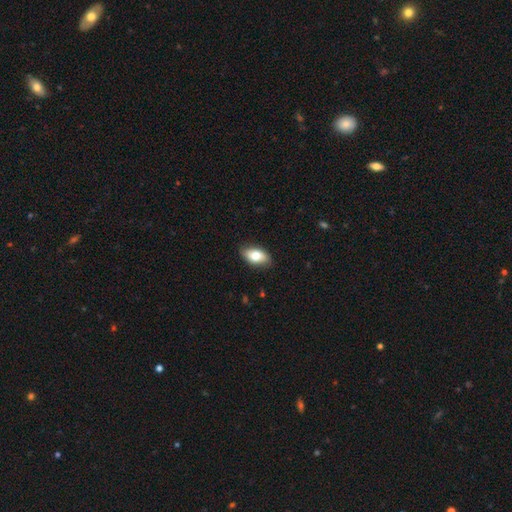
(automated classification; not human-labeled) The model was most divided on "smooth or featured": smooth: 73%, featured or disk: 20%, star or artifact: 7%. More confident: how rounded — in between (92%); merging — none (84%).